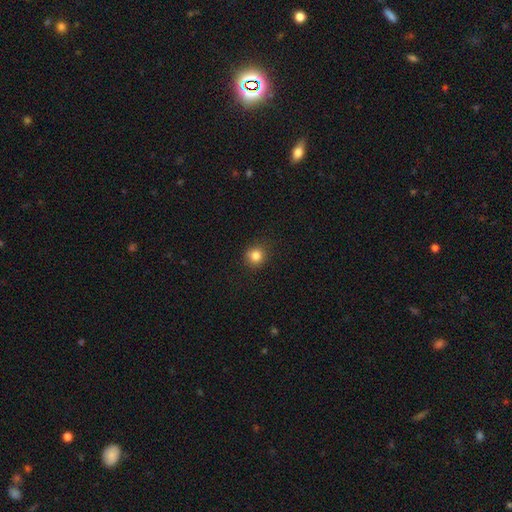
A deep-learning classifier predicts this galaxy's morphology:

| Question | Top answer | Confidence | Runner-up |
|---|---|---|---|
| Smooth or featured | smooth | 83% | star or artifact (12%) |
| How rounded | round | 90% | in between (9%) |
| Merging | none | 88% | minor disturbance (9%) |